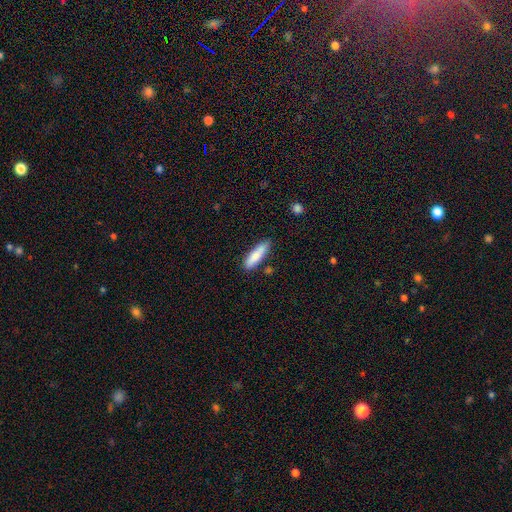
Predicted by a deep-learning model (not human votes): The model was most divided on "how rounded": cigar-shaped: 66%, in between: 32%, round: 2%. More confident: smooth or featured — smooth (83%); merging — none (81%).